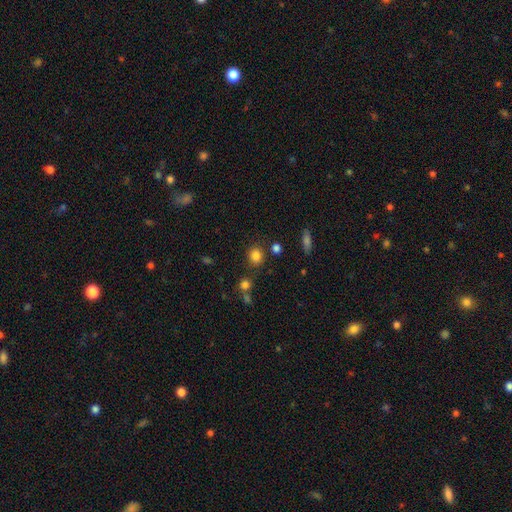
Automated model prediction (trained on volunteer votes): smooth_or_featured: smooth (p=0.83) [alt: star or artifact p=0.12]
how_rounded: round (p=0.78) [alt: in between p=0.21]
merging: none (p=0.81) [alt: minor disturbance p=0.10]